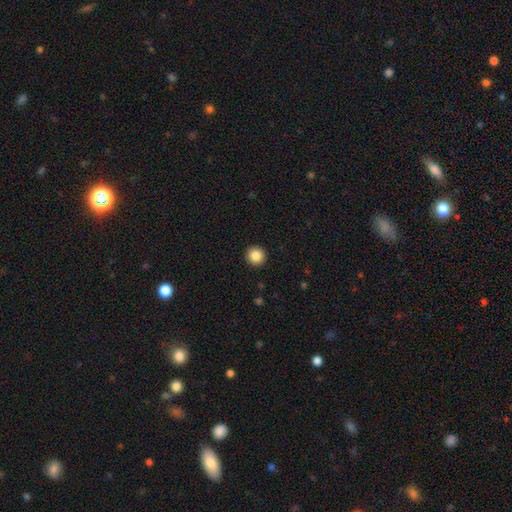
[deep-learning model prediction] smooth 86%, star or artifact 10%, featured or disk 5%. Down the decision tree: how rounded — round (95%); merging — none (93%).